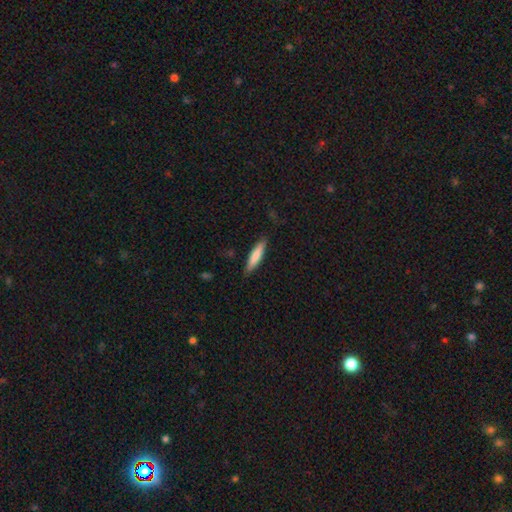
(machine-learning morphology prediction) Smooth or featured? Predicted: smooth (p=0.77). How rounded? Predicted: cigar-shaped (p=0.83). Merging? Predicted: none (p=0.86).